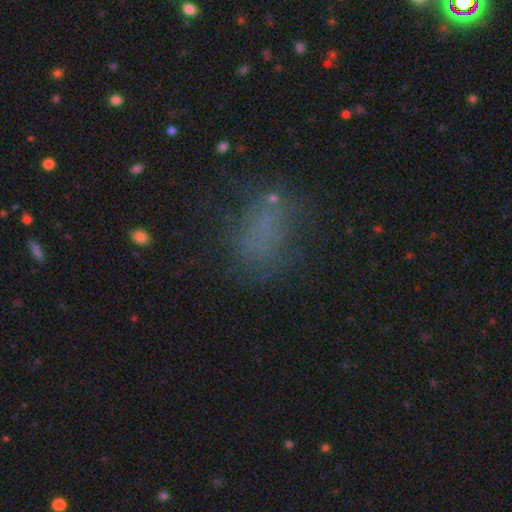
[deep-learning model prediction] Smooth or featured? Predicted: smooth (p=0.56). How rounded? Predicted: in between (p=0.76). Merging? Predicted: none (p=0.57).